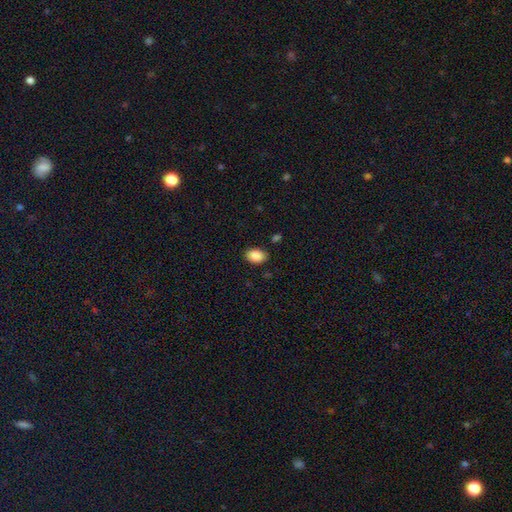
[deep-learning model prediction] smooth 89%, star or artifact 8%, featured or disk 4%. Down the decision tree: how rounded — in between (85%); merging — none (85%).